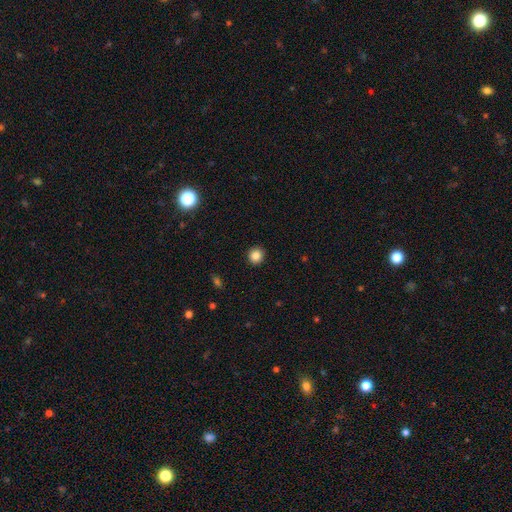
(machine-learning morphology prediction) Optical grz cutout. It shows a smooth galaxy with no disk features (84%) that is round (92%). Merging: none (93%).